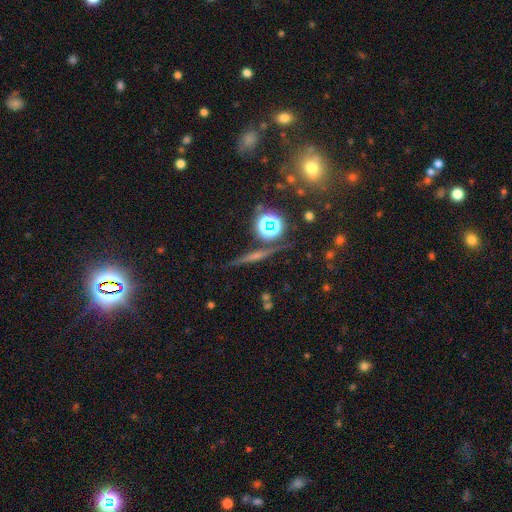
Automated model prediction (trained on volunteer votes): smooth-or-featured: featured or disk: 50% | star or artifact: 27% | smooth: 23%
  merging: none: 87% | minor disturbance: 7% | merger: 3% | major disturbance: 3%